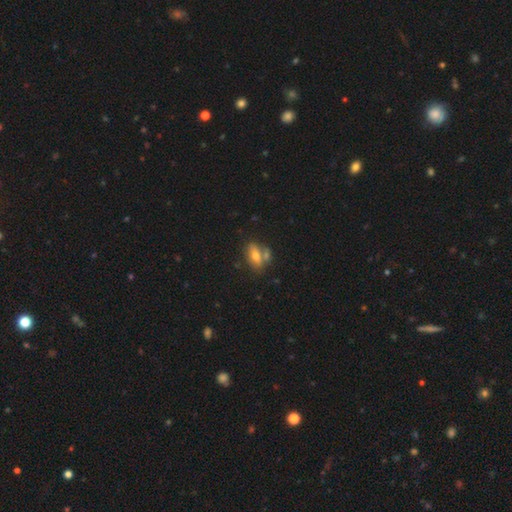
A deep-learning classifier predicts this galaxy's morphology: Overall: smooth (69%). How rounded: in between (82%). Merging: none (52%; merger 28%).